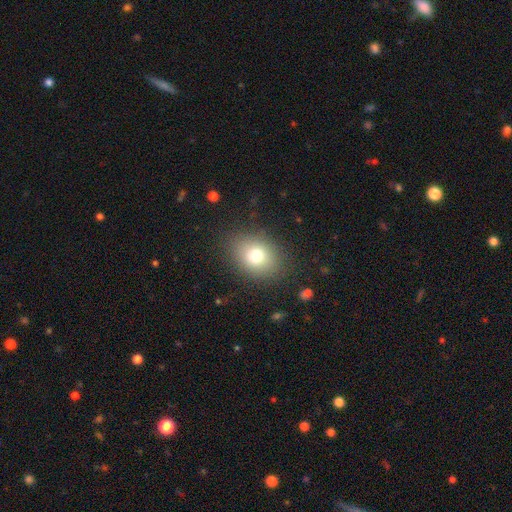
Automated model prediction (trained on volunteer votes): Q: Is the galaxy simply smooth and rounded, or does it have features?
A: smooth — 76%.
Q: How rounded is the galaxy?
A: in between — 57%.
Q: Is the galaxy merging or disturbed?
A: none — 85%.